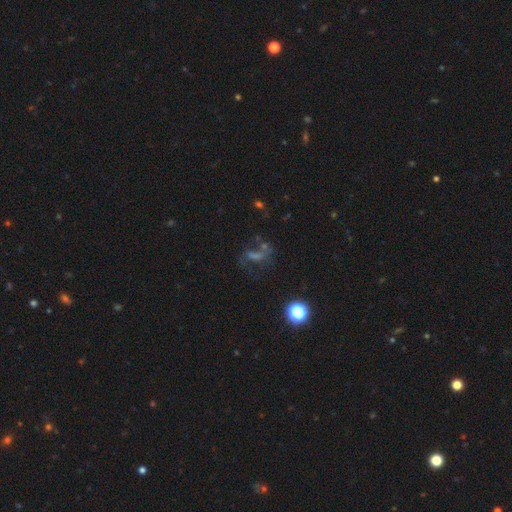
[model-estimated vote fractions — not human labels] A featured or disk galaxy (38%). Merging: none (45%).